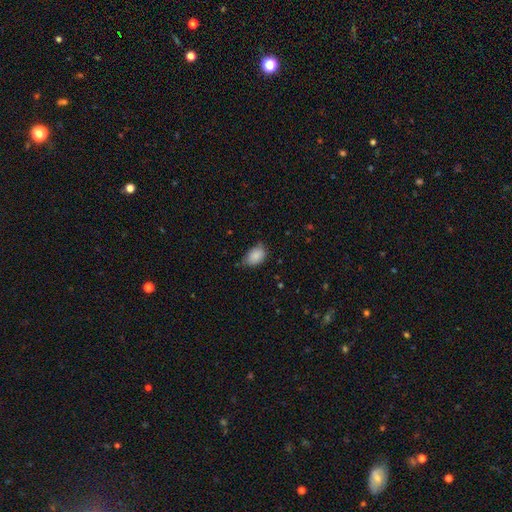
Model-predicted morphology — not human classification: Smooth or featured? Predicted: smooth (p=0.87). How rounded? Predicted: in between (p=0.87). Merging? Predicted: none (p=0.60).